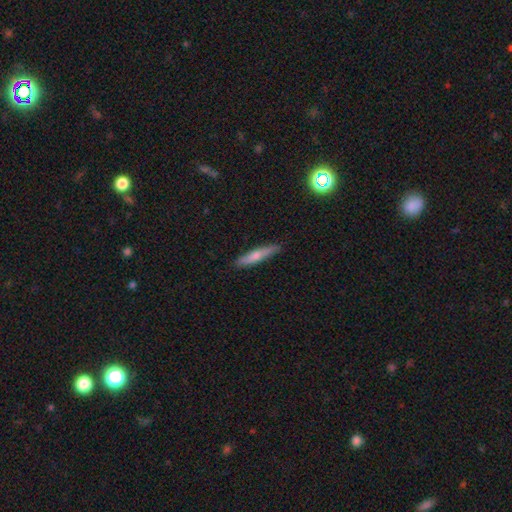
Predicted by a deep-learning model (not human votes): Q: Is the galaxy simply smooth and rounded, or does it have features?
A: smooth — 64%.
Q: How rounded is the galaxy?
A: cigar-shaped — 89%.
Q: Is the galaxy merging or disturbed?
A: none — 87%.